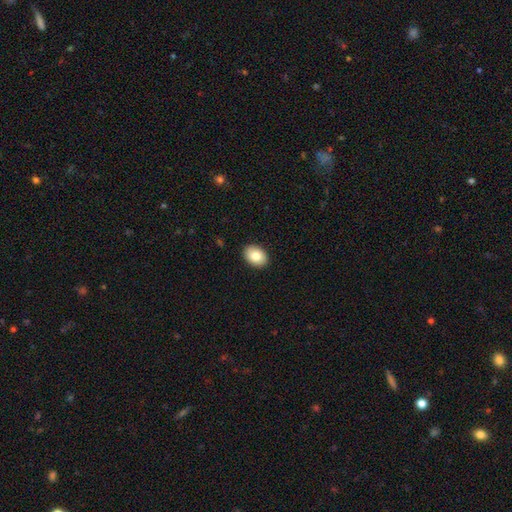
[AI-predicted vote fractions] This is clearly a smooth galaxy (82%). How rounded: likely in between (77%). Merging: clearly none (91%).